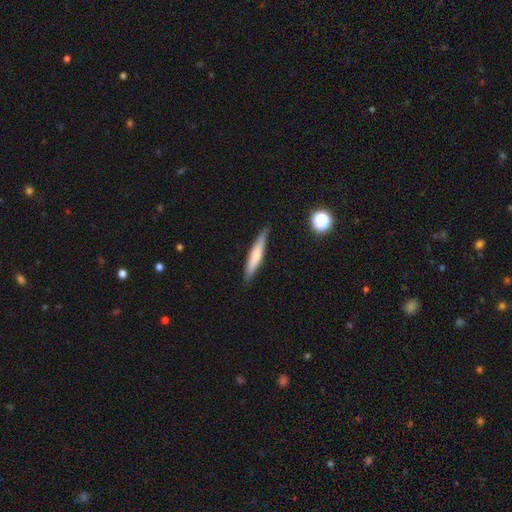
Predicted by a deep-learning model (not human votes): smooth-or-featured: smooth: 60% | featured or disk: 34% | star or artifact: 6%
  how-rounded: cigar-shaped: 91% | in between: 8% | round: 1%
  merging: none: 87% | minor disturbance: 10% | major disturbance: 2% | merger: 1%